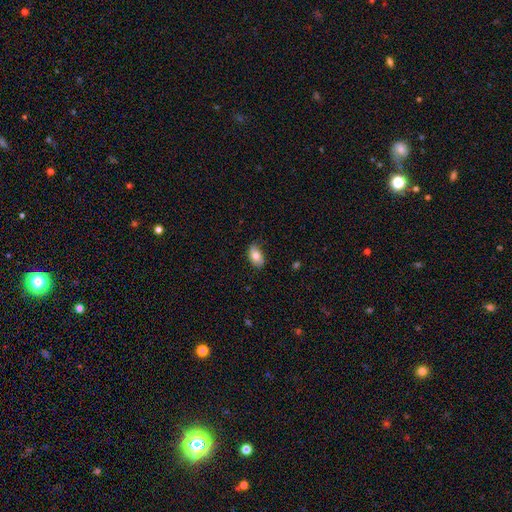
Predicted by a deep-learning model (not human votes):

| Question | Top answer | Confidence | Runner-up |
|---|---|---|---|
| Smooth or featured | smooth | 77% | featured or disk (16%) |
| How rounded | in between | 92% | round (6%) |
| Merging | none | 78% | minor disturbance (18%) |